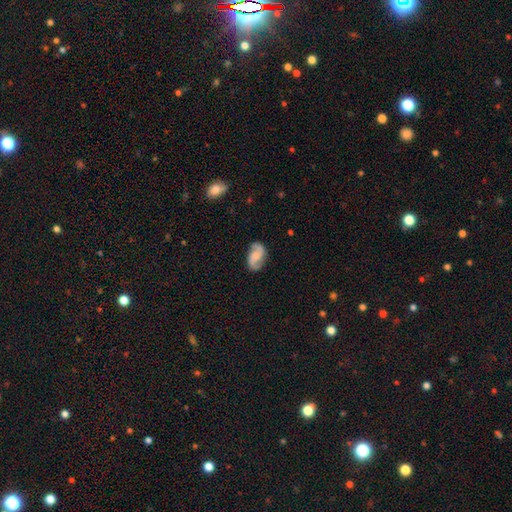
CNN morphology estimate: type=featured or disk (73%); edge-on=no (98%); bar=no (50%); spiral arms=yes (95%); winding=loose (44%); arm count=2 (92%); bulge=none (48%); merging=none (80%).